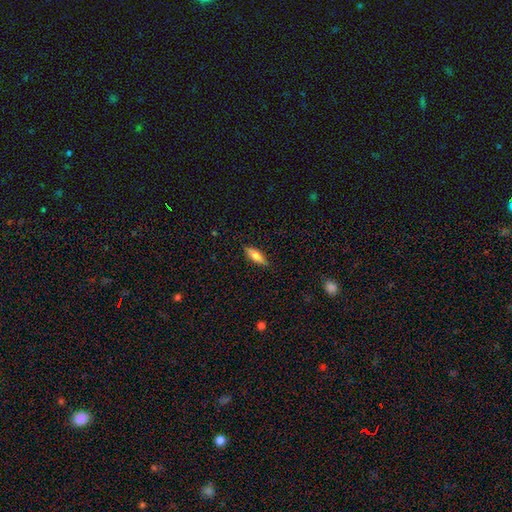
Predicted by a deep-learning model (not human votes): Smooth or featured? smooth (72%)
How rounded? in between (51%)
Merging? none (85%)